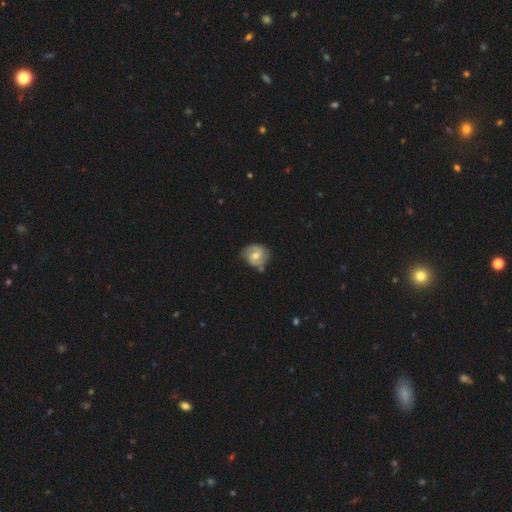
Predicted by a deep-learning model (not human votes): smooth_or_featured: featured or disk (p=0.74) [alt: smooth p=0.20]
disk_edge_on: no (p=0.98) [alt: yes p=0.02]
bar: no (p=0.46) [alt: weak p=0.45]
has_spiral_arms: yes (p=0.93) [alt: no p=0.07]
spiral_winding: medium (p=0.46) [alt: tight p=0.40]
spiral_arm_count: 2 (p=0.85) [alt: can't tell p=0.07]
bulge_size: moderate (p=0.67) [alt: small p=0.26]
merging: none (p=0.71) [alt: minor disturbance p=0.20]